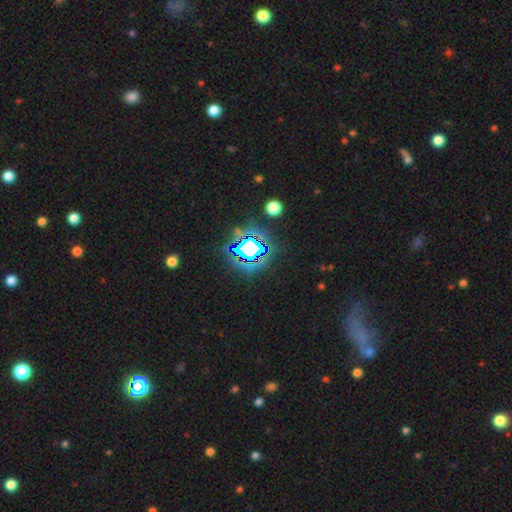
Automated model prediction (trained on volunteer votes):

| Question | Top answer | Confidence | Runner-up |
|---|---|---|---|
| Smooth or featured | star or artifact | 71% | smooth (17%) |